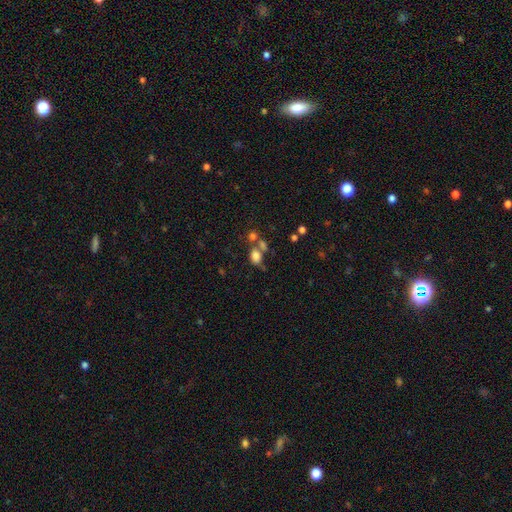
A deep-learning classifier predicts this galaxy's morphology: smooth 75%, star or artifact 14%, featured or disk 11%. Down the decision tree: how rounded — in between (66%); merging — none (43%).